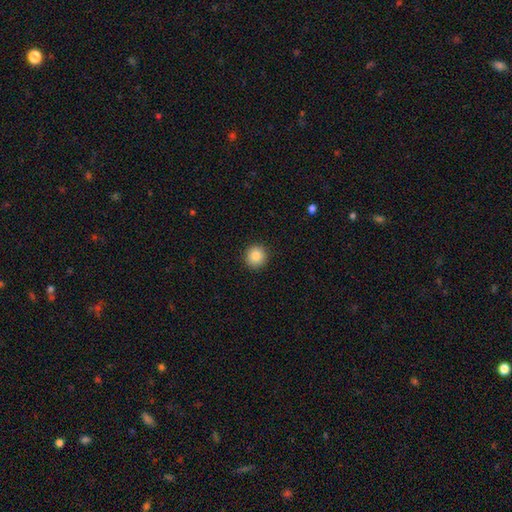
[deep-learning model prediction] Overall: smooth (86%). How rounded: round (92%). Merging: none (92%).